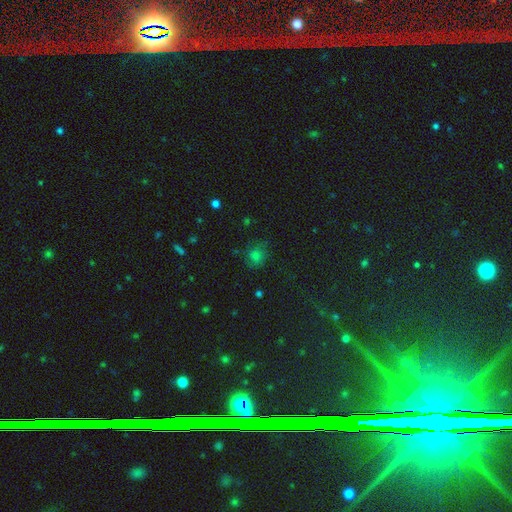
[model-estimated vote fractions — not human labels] smooth 58%, star or artifact 32%, featured or disk 10%. Down the decision tree: how rounded — round (76%); merging — none (71%).